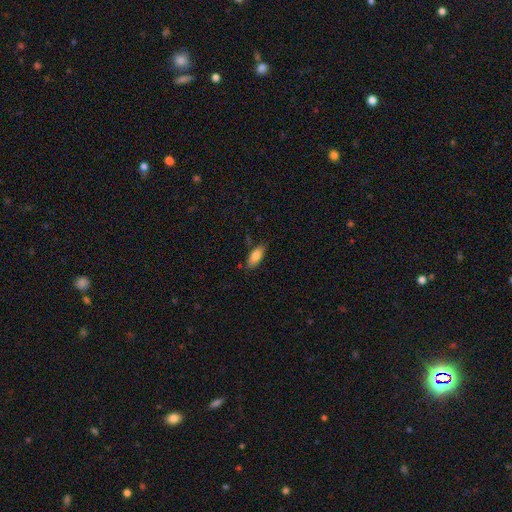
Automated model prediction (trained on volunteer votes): Smooth or featured: smooth — 83% (featured or disk — 10%)
How rounded: in between — 81% (cigar-shaped — 17%)
Merging: none — 77% (minor disturbance — 17%)